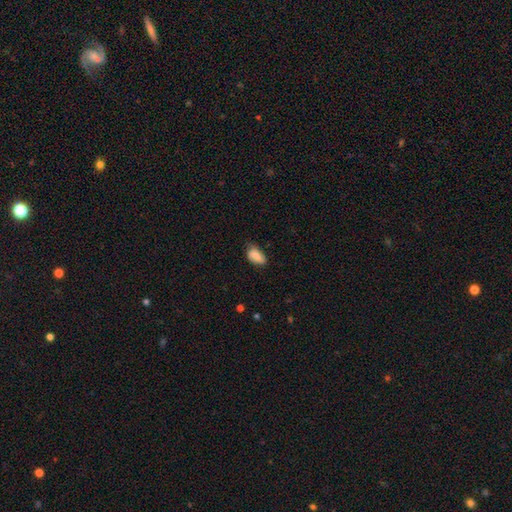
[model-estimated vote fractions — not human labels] smooth 82%, featured or disk 11%, star or artifact 7%. Down the decision tree: how rounded — in between (92%); merging — none (64%).